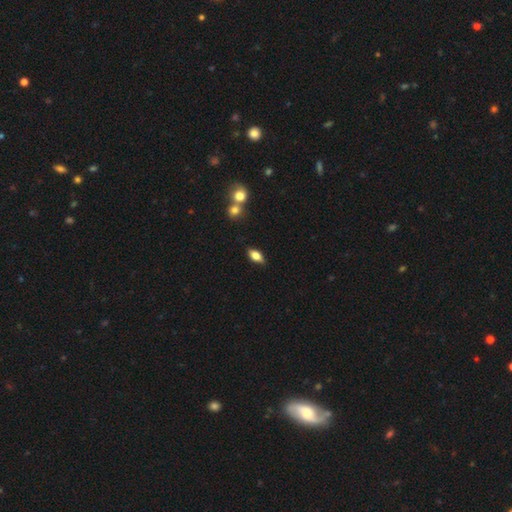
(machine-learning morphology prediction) Overall: smooth (72%). How rounded: in between (84%). Merging: none (82%).